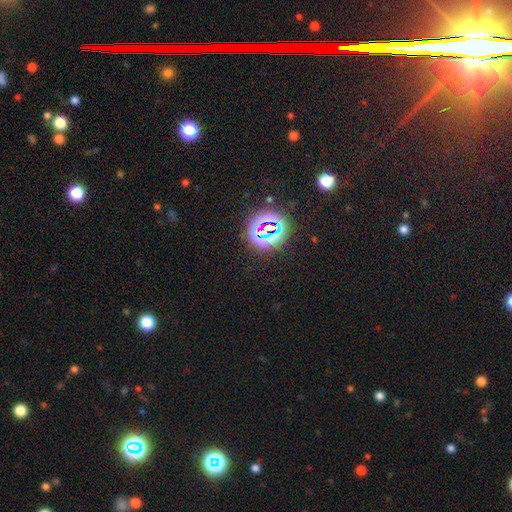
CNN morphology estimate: Smooth or featured?
  - star or artifact: 76% *
  - smooth: 16%
  - featured or disk: 8%